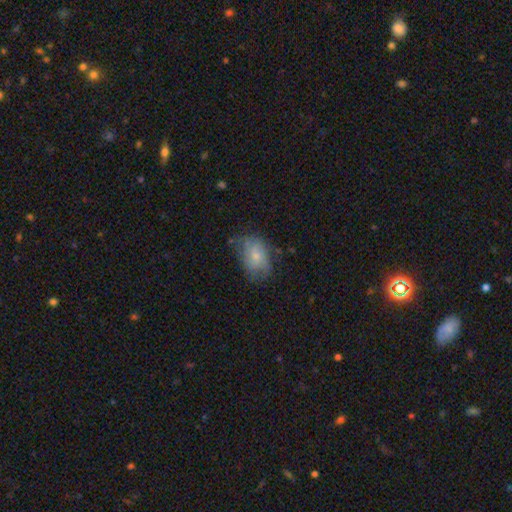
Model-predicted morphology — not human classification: The model was most divided on "merging": none: 51%, minor disturbance: 32%, major disturbance: 14%, merger: 2%. More confident: how rounded — in between (81%); smooth or featured — smooth (63%).